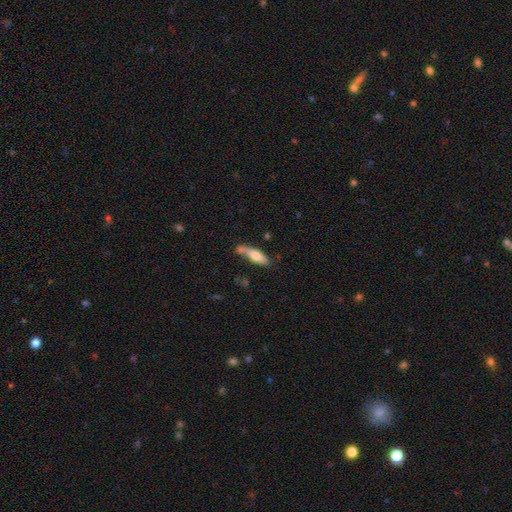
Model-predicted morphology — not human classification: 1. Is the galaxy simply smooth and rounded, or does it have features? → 67% smooth, 27% featured or disk, 6% star or artifact.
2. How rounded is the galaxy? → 53% cigar-shaped, 45% in between, 2% round.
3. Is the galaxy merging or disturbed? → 57% none, 21% minor disturbance, 16% merger, 6% major disturbance.